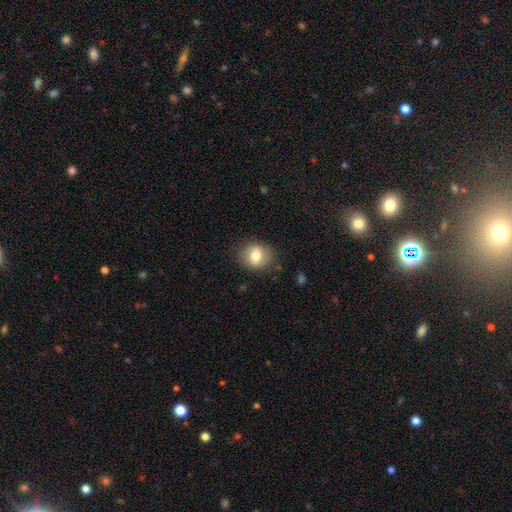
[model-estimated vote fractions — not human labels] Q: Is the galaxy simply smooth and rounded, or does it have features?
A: smooth — 72%.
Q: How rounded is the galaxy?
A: round — 59%.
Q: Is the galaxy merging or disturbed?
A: none — 82%.